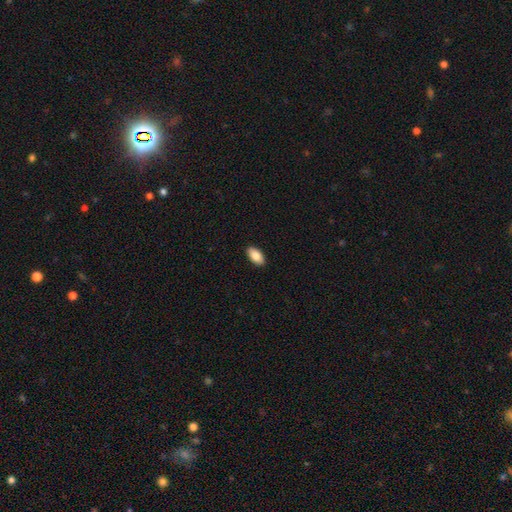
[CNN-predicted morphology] Q: Smooth or featured?
A: smooth (85%); runner-up: featured or disk (9%)
Q: How rounded?
A: in between (93%); runner-up: cigar-shaped (4%)
Q: Merging?
A: none (90%); runner-up: minor disturbance (7%)